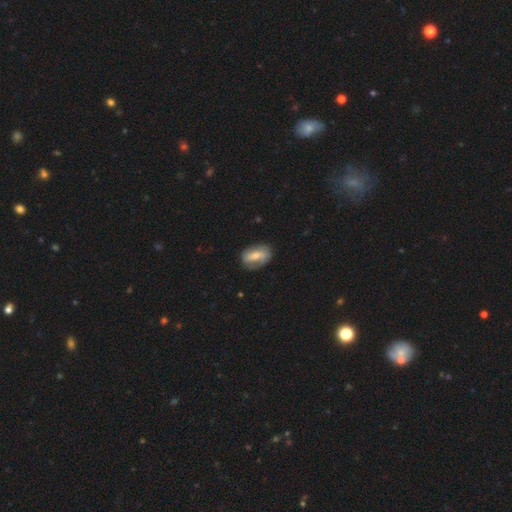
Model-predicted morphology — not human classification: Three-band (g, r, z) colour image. It shows a featured or disk galaxy (47%, tied with smooth). Merging: none (70%).